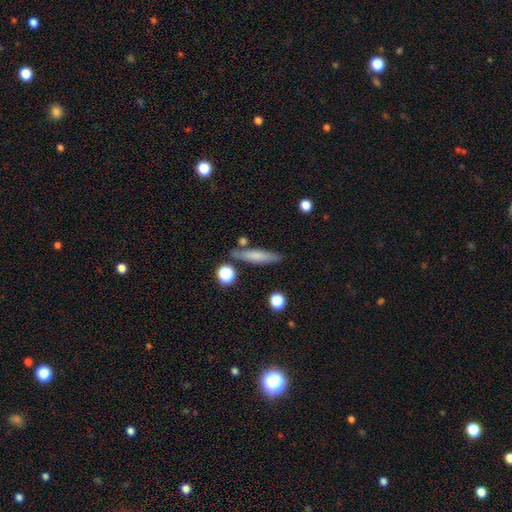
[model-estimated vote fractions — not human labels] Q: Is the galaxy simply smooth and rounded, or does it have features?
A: smooth — 67%.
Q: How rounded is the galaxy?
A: cigar-shaped — 82%.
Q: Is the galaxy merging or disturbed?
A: none — 75%.